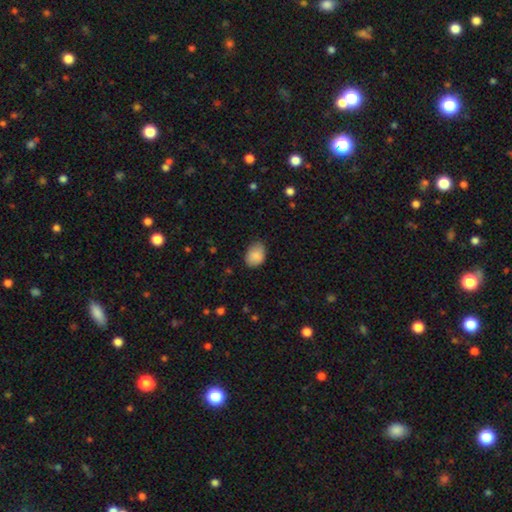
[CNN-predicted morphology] Smooth or featured: smooth — 87% (star or artifact — 7%)
How rounded: in between — 73% (round — 26%)
Merging: none — 72% (minor disturbance — 23%)